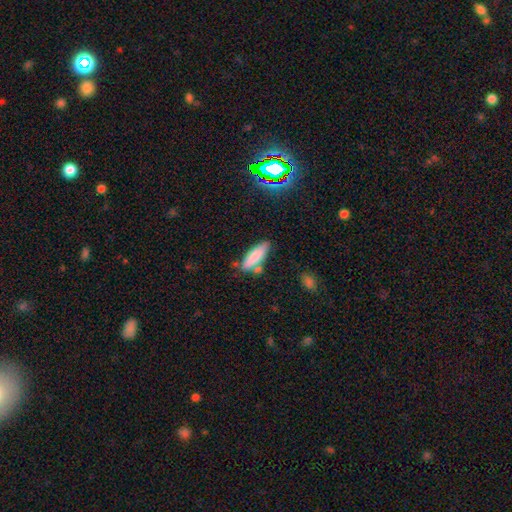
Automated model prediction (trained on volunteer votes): Morphology: type=smooth (79%); roundness=in between (51%); merging=none (66%).